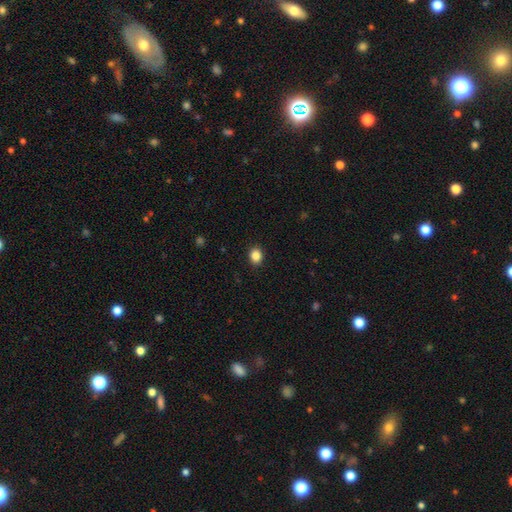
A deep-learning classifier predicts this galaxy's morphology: The model was most divided on "how rounded": round: 59%, in between: 40%, cigar-shaped: 1%. More confident: merging — none (91%); smooth or featured — smooth (86%).